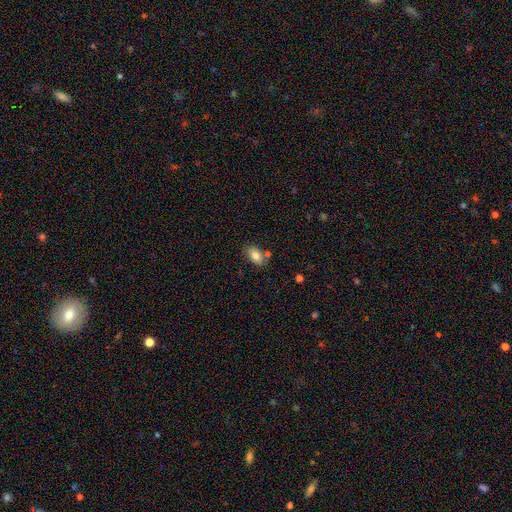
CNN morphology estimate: Overall: smooth (78%). How rounded: in between (89%). Merging: none (72%).